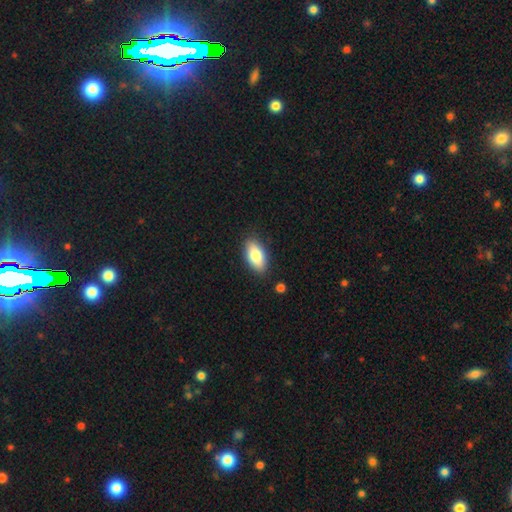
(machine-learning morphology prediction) Smooth or featured: smooth — 79% (featured or disk — 14%)
How rounded: in between — 90% (cigar-shaped — 6%)
Merging: none — 86% (minor disturbance — 10%)